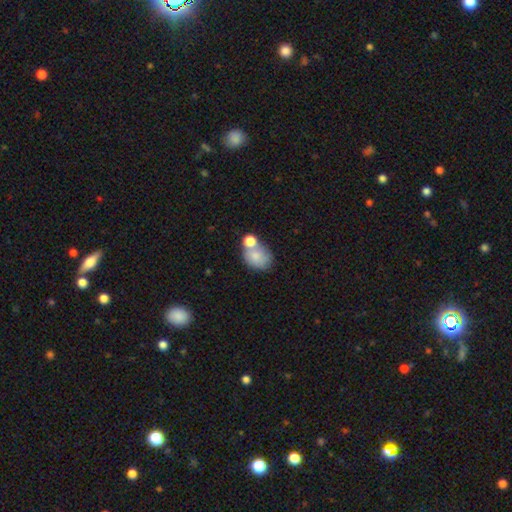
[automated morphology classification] smooth 74%, featured or disk 16%, star or artifact 9%. Down the decision tree: how rounded — in between (62%); merging — none (38%).